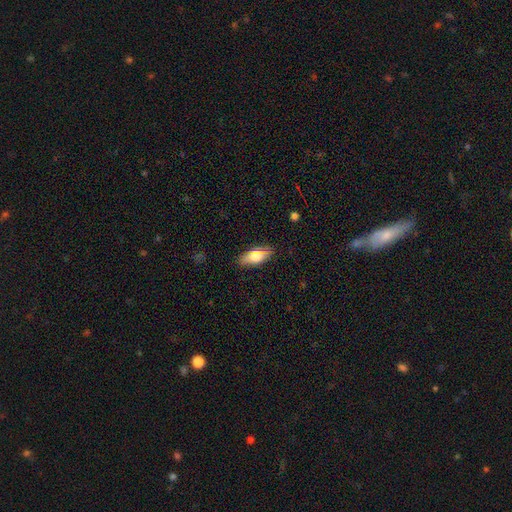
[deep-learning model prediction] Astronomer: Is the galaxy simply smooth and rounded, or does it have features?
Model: smooth — 74%.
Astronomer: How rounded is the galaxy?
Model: in between — 81%.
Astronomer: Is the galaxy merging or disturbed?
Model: none — 85%.